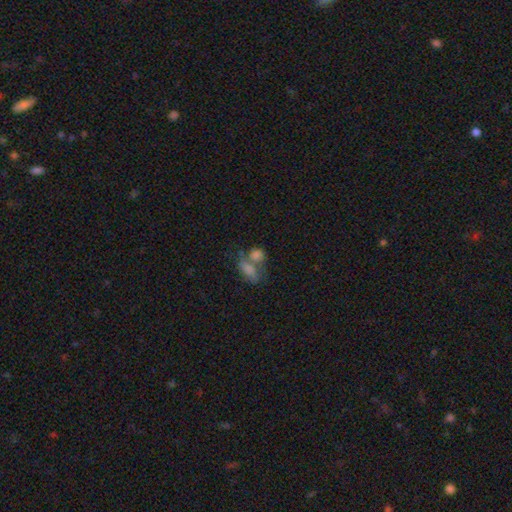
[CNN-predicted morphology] Overall: smooth (71%). How rounded: in between (69%). Merging: merger (55%; none 25%).